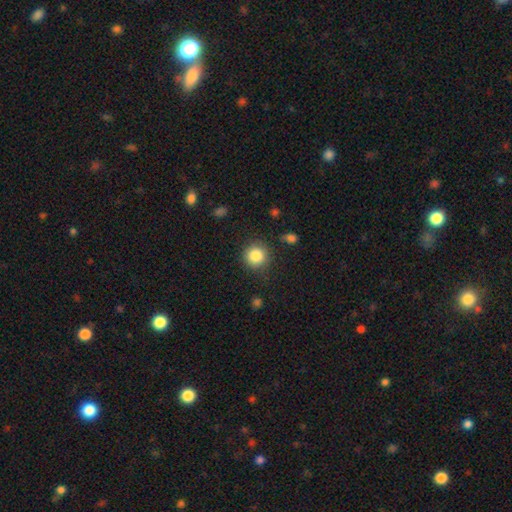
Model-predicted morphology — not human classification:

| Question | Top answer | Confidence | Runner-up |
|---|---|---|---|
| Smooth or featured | smooth | 85% | star or artifact (10%) |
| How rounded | round | 93% | in between (6%) |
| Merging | none | 86% | minor disturbance (9%) |